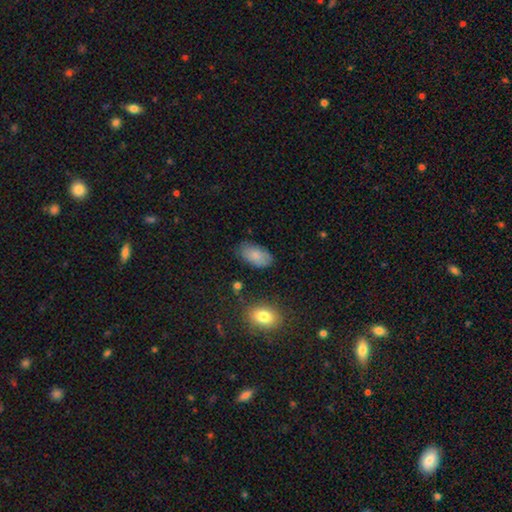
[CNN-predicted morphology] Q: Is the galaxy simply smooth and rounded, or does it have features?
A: smooth — 82%.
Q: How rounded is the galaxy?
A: in between — 94%.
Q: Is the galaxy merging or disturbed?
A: none — 77%.